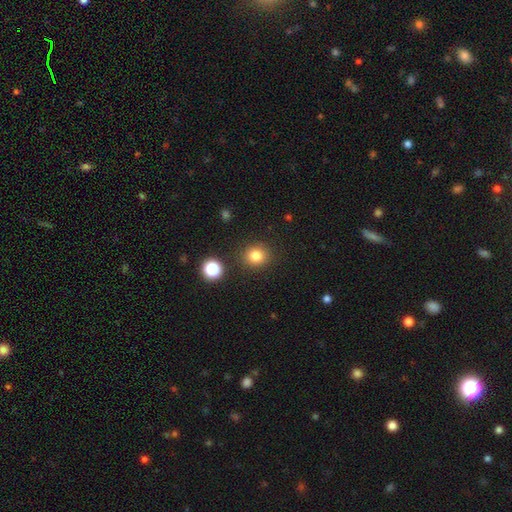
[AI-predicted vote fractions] A smooth galaxy with no disk features (81%) that is round (84%).

Vote fractions:
- Smooth or featured? smooth: 81% / star or artifact: 13% / featured or disk: 6%
- How rounded? round: 84% / in between: 15% / cigar-shaped: 1%
- Merging? none: 87% / minor disturbance: 8% / merger: 3% / major disturbance: 3%